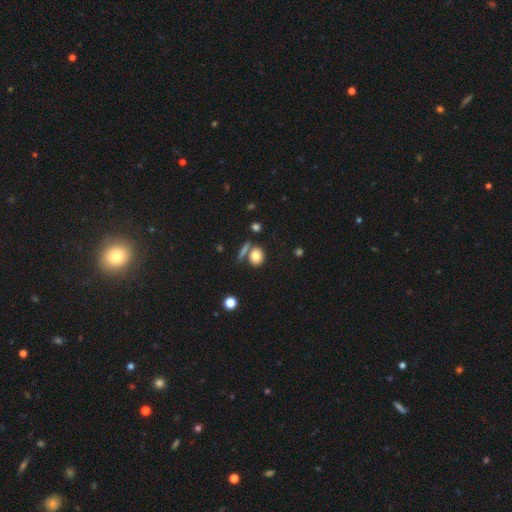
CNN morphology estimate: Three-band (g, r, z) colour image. It shows a smooth galaxy with no disk features (78%) that is round (53%). Merging: none (66%).